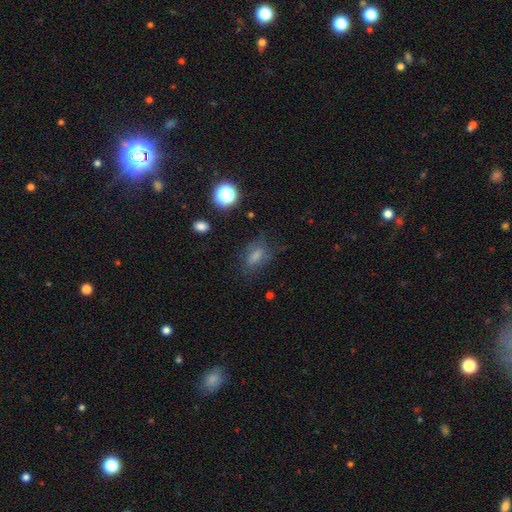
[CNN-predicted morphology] smooth_or_featured: smooth (p=0.53) [alt: star or artifact p=0.24]
how_rounded: in between (p=0.74) [alt: round p=0.18]
merging: none (p=0.67) [alt: minor disturbance p=0.20]